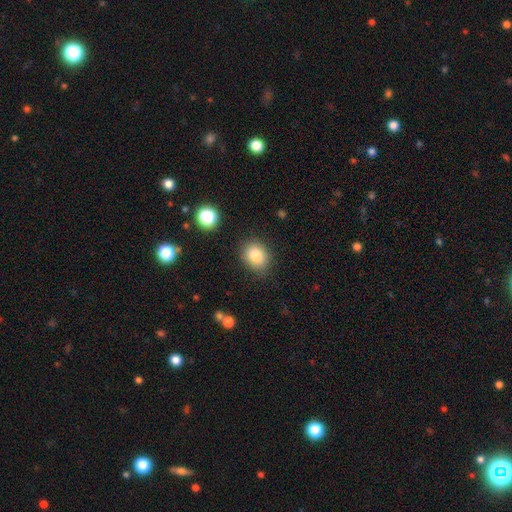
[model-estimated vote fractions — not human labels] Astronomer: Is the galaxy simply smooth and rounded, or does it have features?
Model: smooth — 81%.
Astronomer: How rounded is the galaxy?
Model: round — 58% (runner-up: in between, 41%).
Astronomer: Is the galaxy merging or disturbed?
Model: none — 84%.